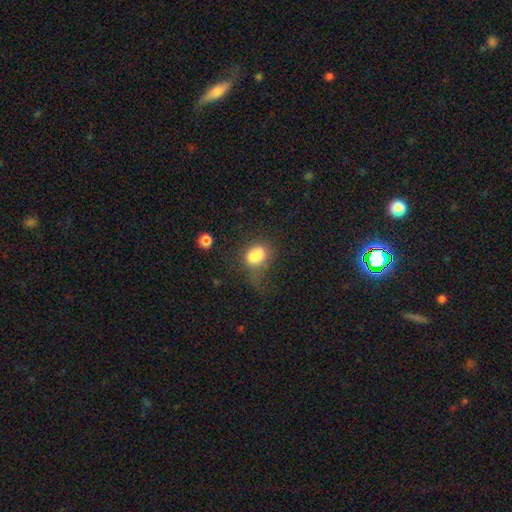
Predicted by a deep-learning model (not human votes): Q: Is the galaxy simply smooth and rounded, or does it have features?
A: smooth — 74%.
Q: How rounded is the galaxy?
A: in between — 72%.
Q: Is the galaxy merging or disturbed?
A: major disturbance — 32%.